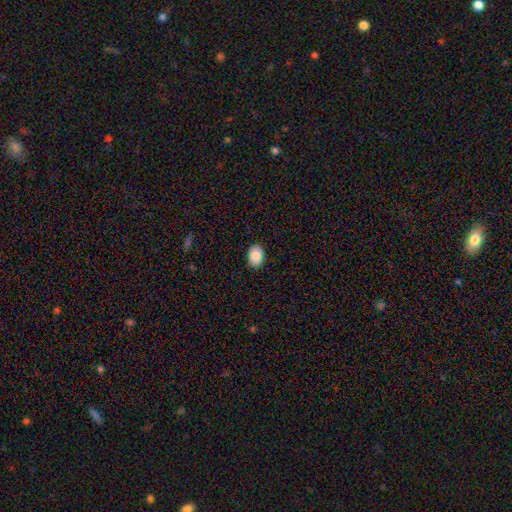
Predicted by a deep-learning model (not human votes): This appears to be a smooth galaxy with no disk features (89%) that is in between round and cigar-shaped (81%). Merging: none (89%).